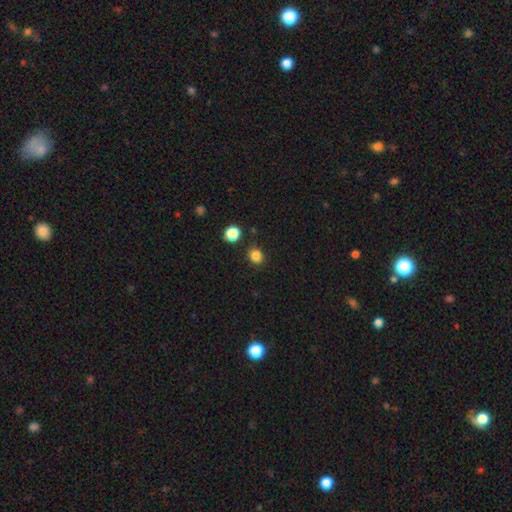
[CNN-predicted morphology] smooth_or_featured: smooth (p=0.84) [alt: star or artifact p=0.13]
how_rounded: round (p=0.70) [alt: in between p=0.29]
merging: none (p=0.83) [alt: minor disturbance p=0.10]